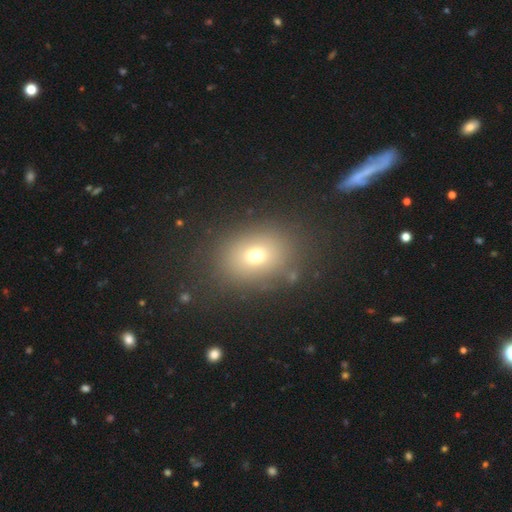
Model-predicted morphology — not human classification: smooth_or_featured: smooth (p=0.70) [alt: star or artifact p=0.16]
how_rounded: in between (p=0.57) [alt: round p=0.42]
merging: none (p=0.83) [alt: minor disturbance p=0.10]